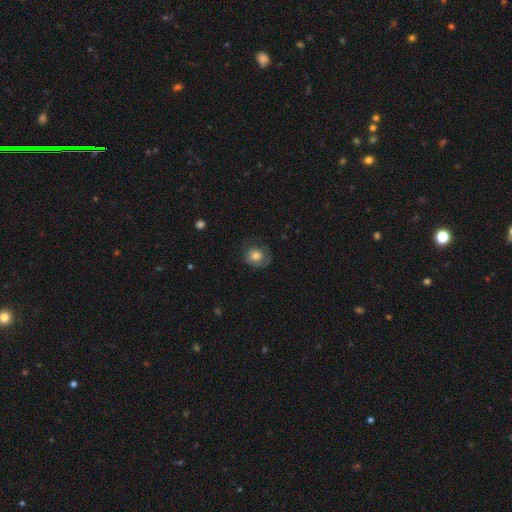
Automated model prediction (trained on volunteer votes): A smooth galaxy with no disk features (68%) that is round (78%).

Vote fractions:
- Smooth or featured? smooth: 68% / featured or disk: 23% / star or artifact: 9%
- How rounded? round: 78% / in between: 21% / cigar-shaped: 1%
- Merging? none: 63% / minor disturbance: 22% / major disturbance: 14% / merger: 1%